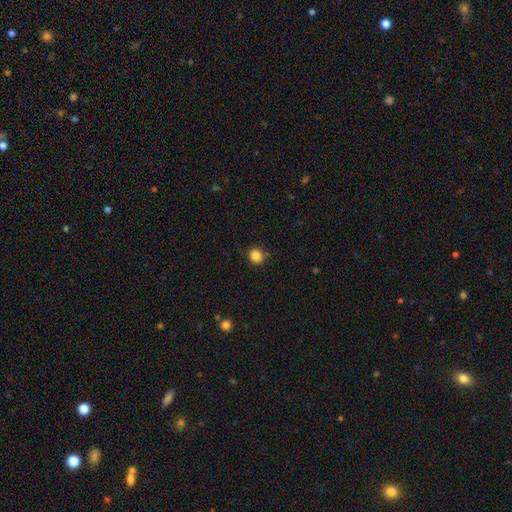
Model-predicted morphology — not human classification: This is clearly a smooth galaxy (86%). How rounded: clearly round (87%). Merging: clearly none (84%).